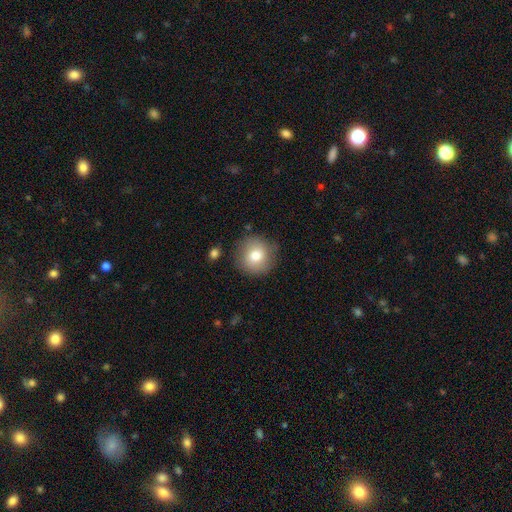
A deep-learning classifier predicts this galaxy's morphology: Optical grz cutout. It shows a smooth galaxy with no disk features (79%) that is round (91%). Merging: none (83%).